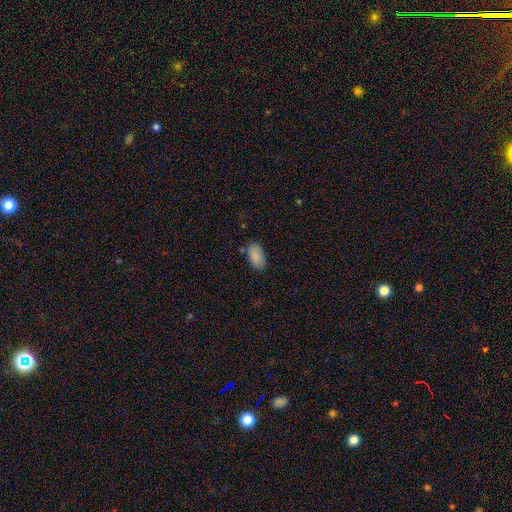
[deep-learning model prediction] Overall: smooth (87%). How rounded: in between (94%). Merging: none (78%).